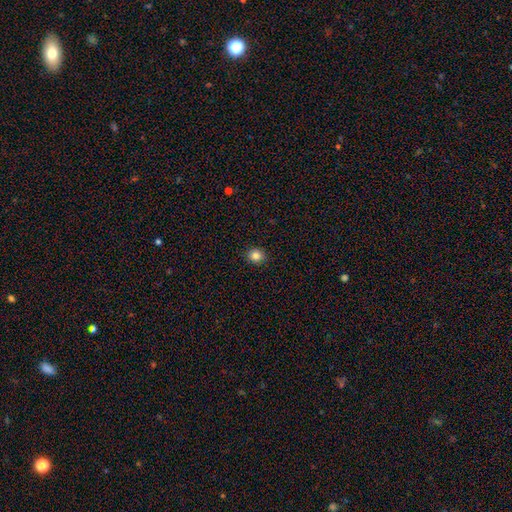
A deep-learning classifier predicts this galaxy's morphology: This appears to be a smooth galaxy with no disk features (83%) that is round (80%). Merging: none (92%).